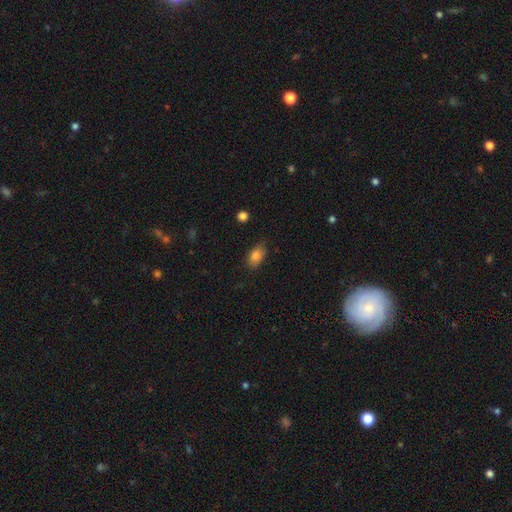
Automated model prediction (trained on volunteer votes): Smooth or featured: smooth — 84% (star or artifact — 9%)
How rounded: in between — 88% (round — 10%)
Merging: none — 77% (minor disturbance — 18%)